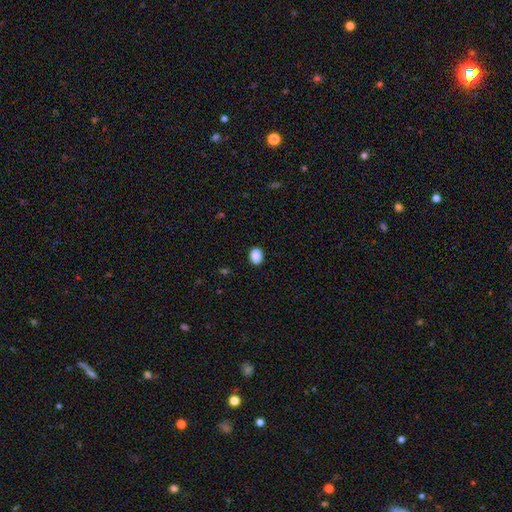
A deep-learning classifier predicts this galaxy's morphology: Smooth or featured? Predicted: smooth (p=0.89). How rounded? Predicted: in between (p=0.63). Merging? Predicted: none (p=0.89).